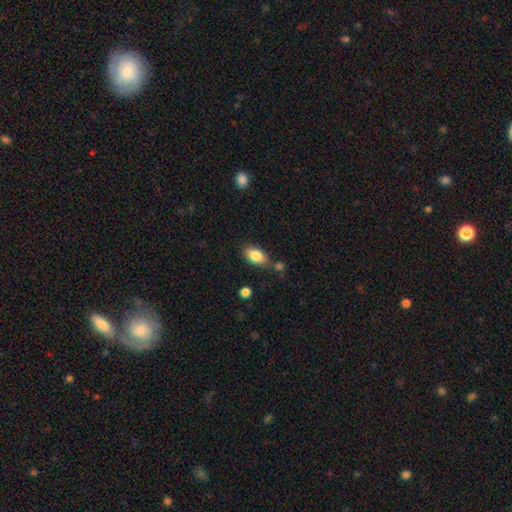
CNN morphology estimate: type=smooth (84%); roundness=in between (91%); merging=none (74%).